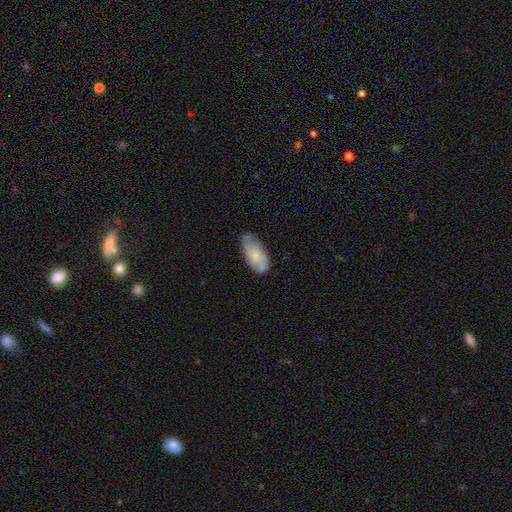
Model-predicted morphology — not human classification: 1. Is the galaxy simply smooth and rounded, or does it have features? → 54% smooth, 39% featured or disk, 7% star or artifact.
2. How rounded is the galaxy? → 92% in between, 5% cigar-shaped, 3% round.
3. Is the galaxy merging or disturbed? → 68% none, 25% minor disturbance, 5% major disturbance, 2% merger.